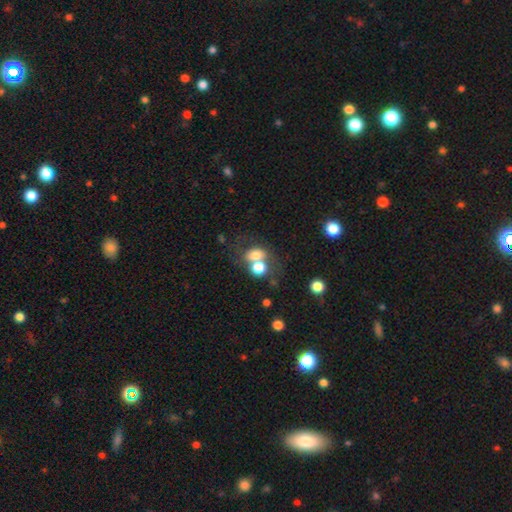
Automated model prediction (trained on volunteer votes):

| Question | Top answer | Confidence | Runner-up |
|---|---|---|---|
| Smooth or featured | smooth | 70% | featured or disk (18%) |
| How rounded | round | 51% | in between (48%) |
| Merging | merger | 49% | none (33%) |